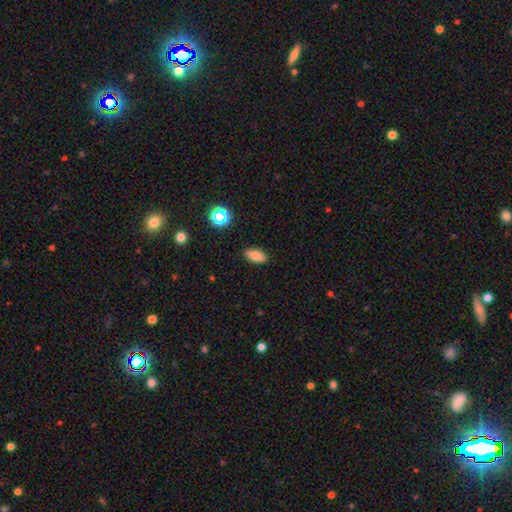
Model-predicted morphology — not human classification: Overall: smooth (80%). How rounded: in between (90%). Merging: none (88%).